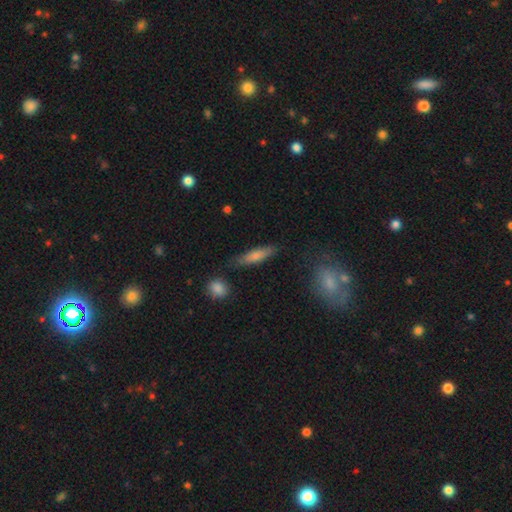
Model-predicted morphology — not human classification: The model was most divided on "how rounded": cigar-shaped: 69%, in between: 29%, round: 2%. More confident: merging — none (75%); smooth or featured — smooth (75%).